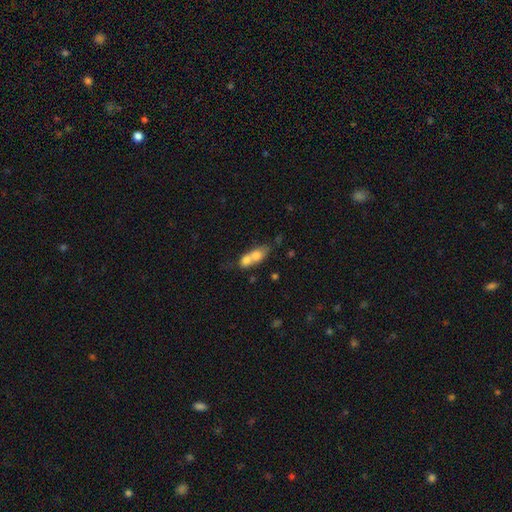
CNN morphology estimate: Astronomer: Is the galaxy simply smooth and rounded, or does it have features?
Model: smooth — 67%.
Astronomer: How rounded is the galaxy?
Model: in between — 62%.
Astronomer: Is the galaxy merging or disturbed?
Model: merger — 70%.